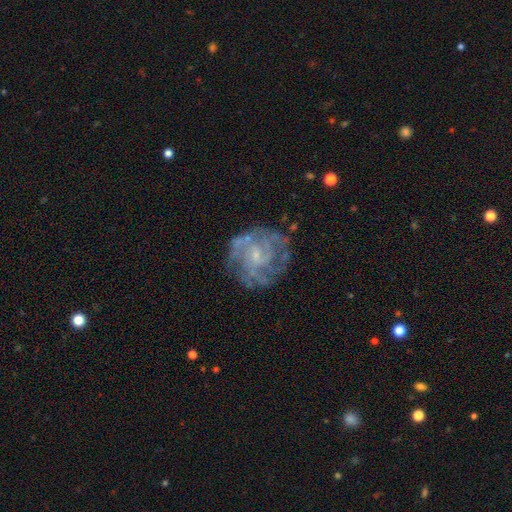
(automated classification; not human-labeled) A featured or disk galaxy (81%) with no bar (58%), tight (52%) spiral arms (85%) and a small central bulge (70%). Merging: none (68%).